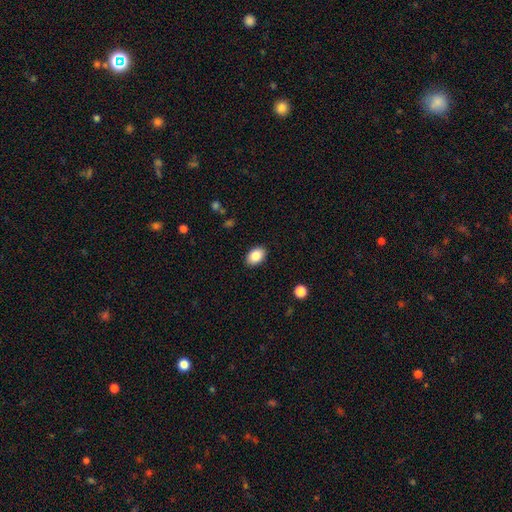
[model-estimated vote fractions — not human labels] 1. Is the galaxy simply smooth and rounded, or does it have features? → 86% smooth, 8% star or artifact, 6% featured or disk.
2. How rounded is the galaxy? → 86% in between, 13% round, 1% cigar-shaped.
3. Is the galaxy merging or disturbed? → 89% none, 8% minor disturbance, 2% major disturbance, 1% merger.